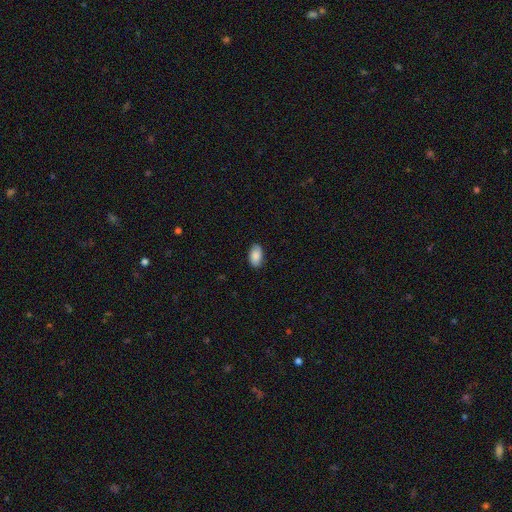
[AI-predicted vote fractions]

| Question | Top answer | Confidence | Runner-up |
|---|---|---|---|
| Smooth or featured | smooth | 88% | star or artifact (6%) |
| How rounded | in between | 94% | round (4%) |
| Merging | none | 86% | minor disturbance (11%) |